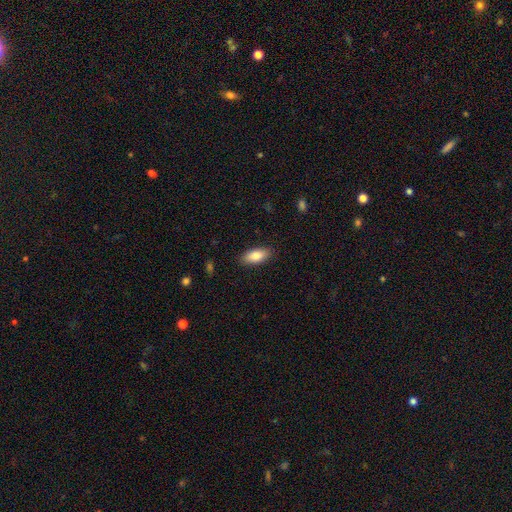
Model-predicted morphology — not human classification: type=smooth (85%); roundness=in between (85%); merging=none (88%).